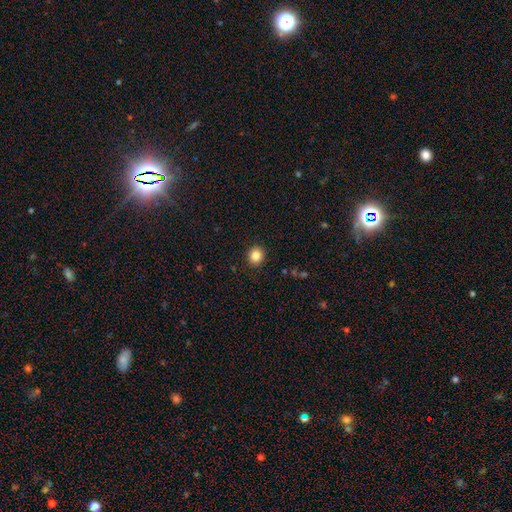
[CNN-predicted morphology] Smooth or featured? smooth (84%)
How rounded? round (81%)
Merging? none (92%)